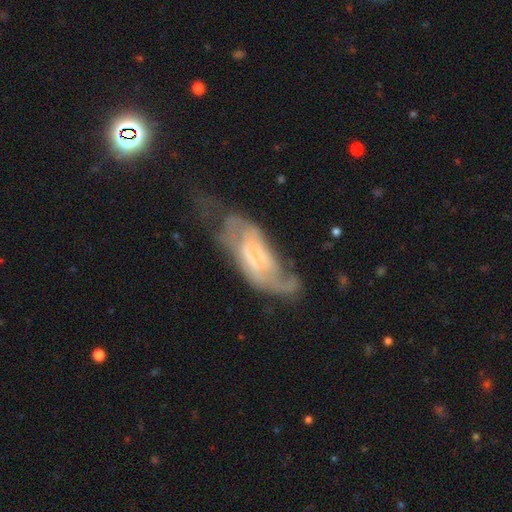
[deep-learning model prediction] Q: Smooth or featured?
A: featured or disk (68%); runner-up: smooth (24%)
Q: Edge-on disk?
A: no (89%); runner-up: yes (11%)
Q: Bar?
A: no (47%); runner-up: weak (35%)
Q: Spiral arms?
A: yes (73%); runner-up: no (27%)
Q: Bulge size?
A: none (47%); runner-up: small (26%)
Q: Merging?
A: major disturbance (39%); runner-up: none (31%)